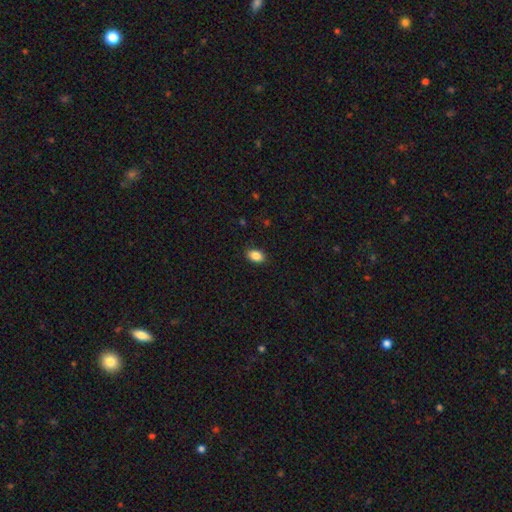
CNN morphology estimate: This is clearly a smooth galaxy (87%). How rounded: clearly in between (87%). Merging: clearly none (88%).